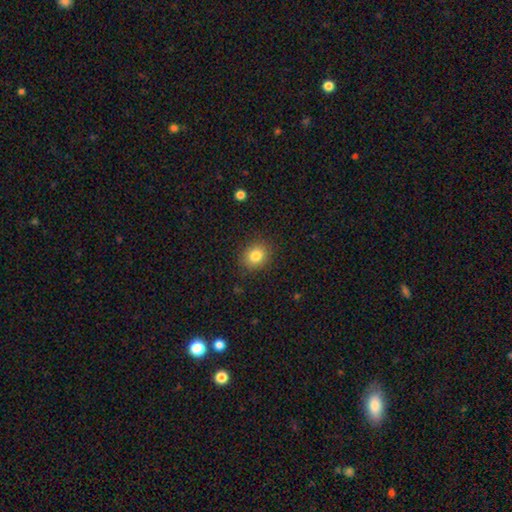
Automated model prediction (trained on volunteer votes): smooth 83%, star or artifact 10%, featured or disk 7%. Down the decision tree: how rounded — round (66%); merging — none (87%).